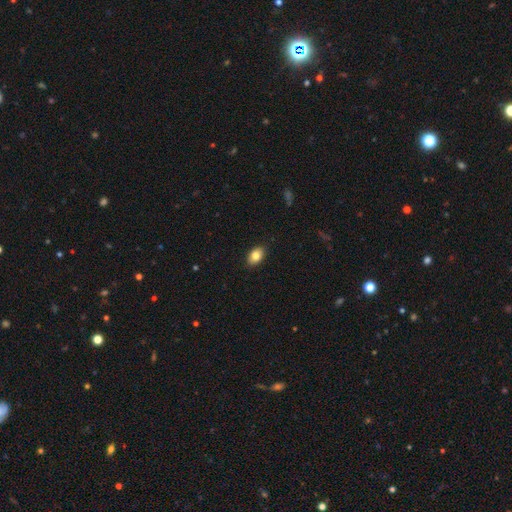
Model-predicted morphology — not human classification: Smooth or featured: smooth — 83% (featured or disk — 9%)
How rounded: in between — 86% (round — 13%)
Merging: none — 88% (minor disturbance — 9%)